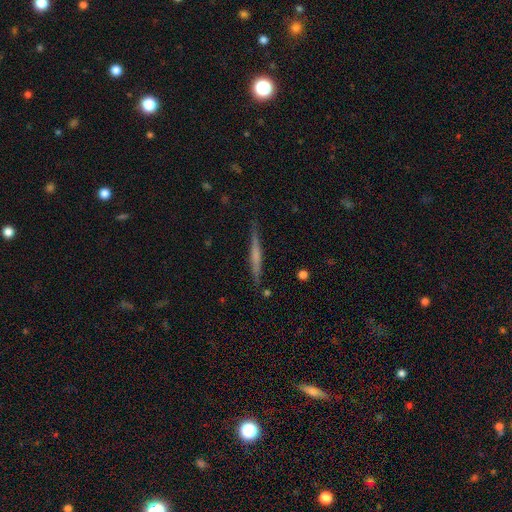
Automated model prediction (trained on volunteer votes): featured or disk 57%, smooth 36%, star or artifact 6%. Down the decision tree: edge-on disk — yes (97%); edge-on bulge — none (52%); merging — none (87%).